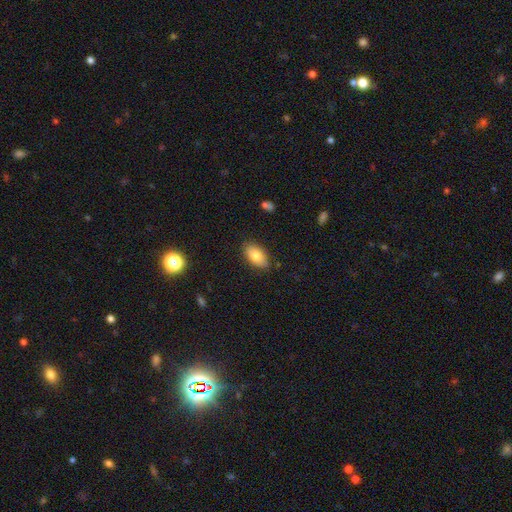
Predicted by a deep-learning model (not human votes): Smooth or featured? Predicted: smooth (p=0.79). How rounded? Predicted: in between (p=0.92). Merging? Predicted: none (p=0.83).